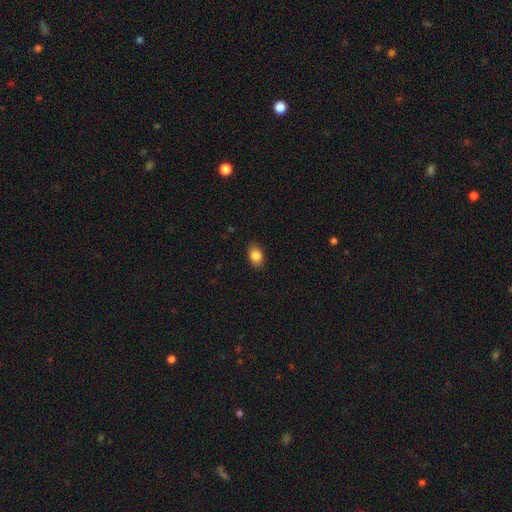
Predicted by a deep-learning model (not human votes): Morphology: type=smooth (86%); roundness=in between (84%); merging=none (87%).